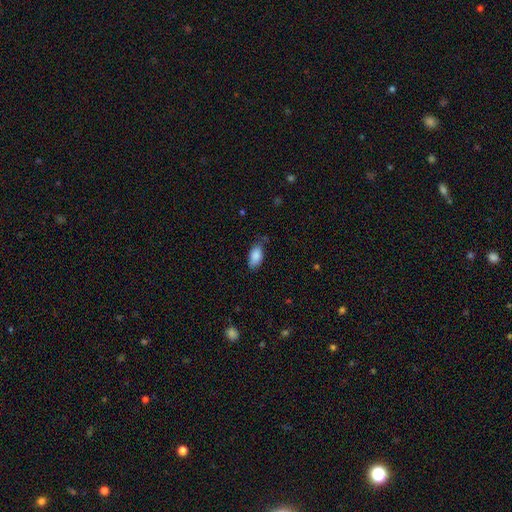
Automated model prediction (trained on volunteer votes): This appears to be a smooth galaxy with no disk features (87%) that is in between round and cigar-shaped (92%). Merging: none (69%).